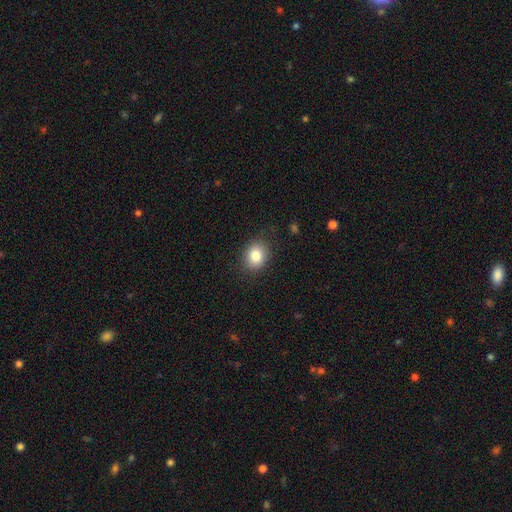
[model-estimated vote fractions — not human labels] This is clearly a smooth galaxy (83%). How rounded: possibly round (58%). Merging: clearly none (86%).